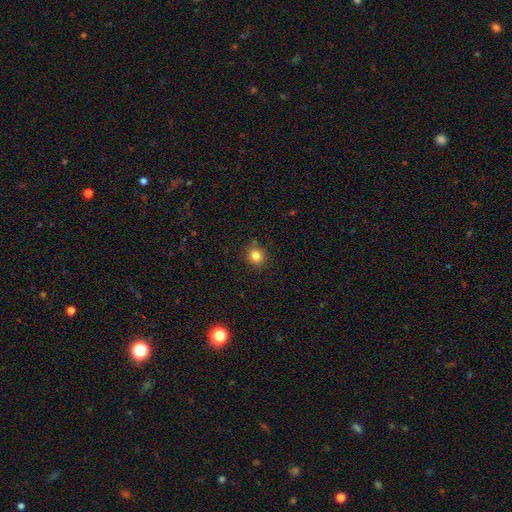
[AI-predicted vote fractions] The model was most divided on "smooth or featured": smooth: 83%, star or artifact: 12%, featured or disk: 5%. More confident: merging — none (87%); how rounded — round (86%).